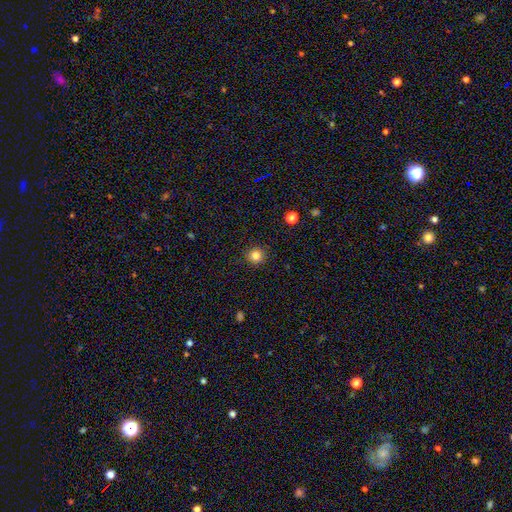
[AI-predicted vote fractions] Overall: smooth (84%). How rounded: round (94%). Merging: none (92%).